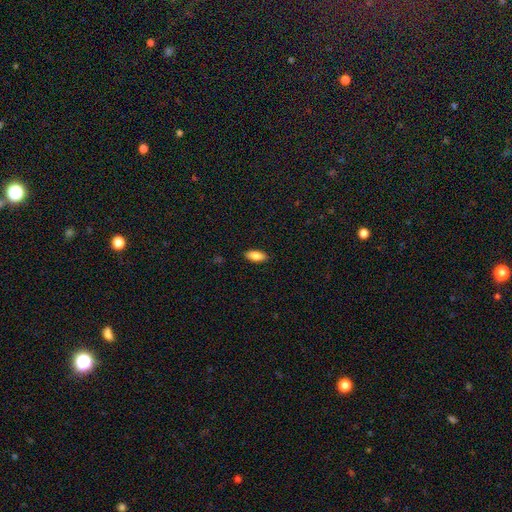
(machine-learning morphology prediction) The model was most divided on "smooth or featured": smooth: 84%, featured or disk: 9%, star or artifact: 7%. More confident: merging — none (89%); how rounded — in between (88%).